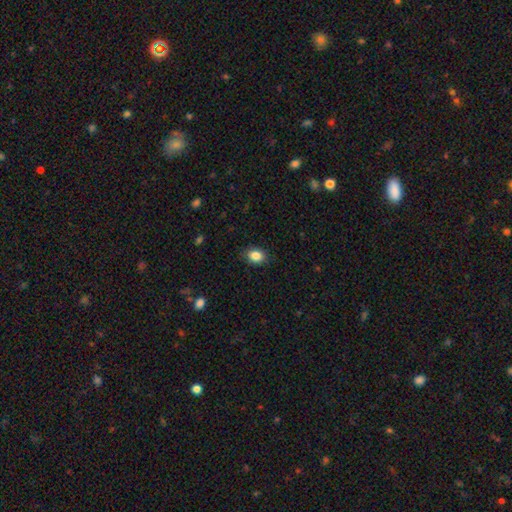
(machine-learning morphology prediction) A smooth galaxy with no disk features (86%) that is in between round and cigar-shaped (58%). Merging: none (86%).